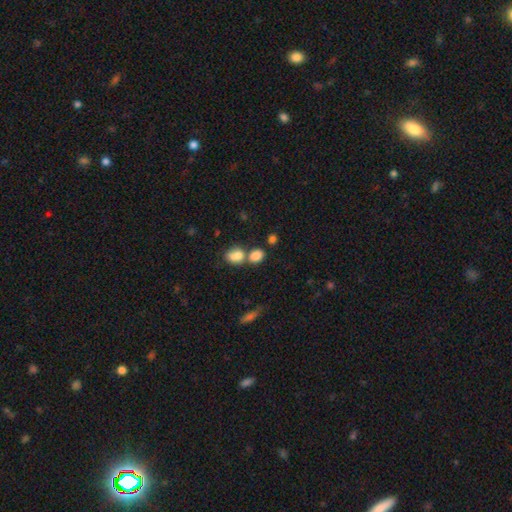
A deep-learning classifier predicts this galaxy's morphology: This is clearly a smooth galaxy (82%). How rounded: likely in between (61%). Merging: possibly merger (48%).